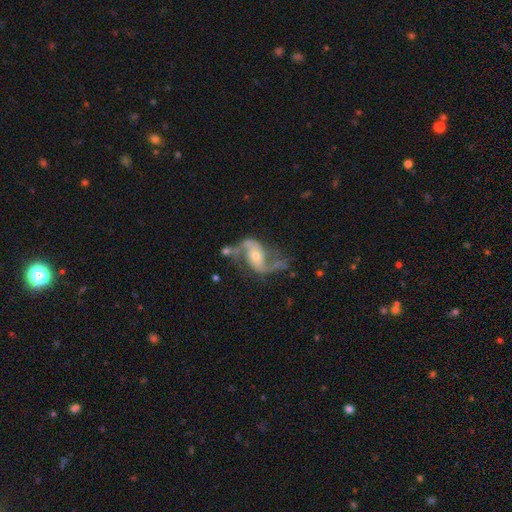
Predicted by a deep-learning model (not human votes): featured or disk 87%, smooth 7%, star or artifact 6%. Down the decision tree: edge-on disk — no (96%); bar — no (43%); spiral arms — yes (95%); spiral arm count — 2 (91%); spiral winding — loose (62%); bulge size — moderate (48%); merging — none (56%).